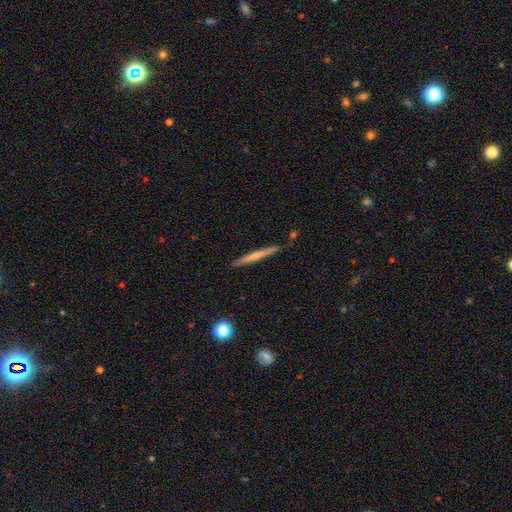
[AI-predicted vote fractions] Smooth or featured? smooth (54%)
How rounded? cigar-shaped (96%)
Merging? none (88%)